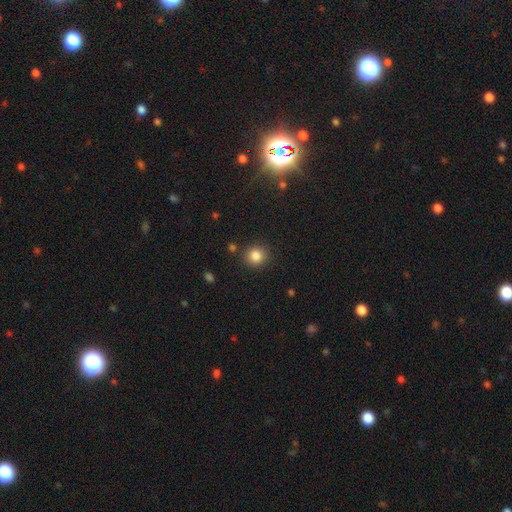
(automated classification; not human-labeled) Smooth or featured?
  - smooth: 84% *
  - star or artifact: 11%
  - featured or disk: 5%
How rounded?
  - round: 89% *
  - in between: 10%
  - cigar-shaped: 1%
Merging?
  - none: 86% *
  - minor disturbance: 8%
  - merger: 3%
  - major disturbance: 3%